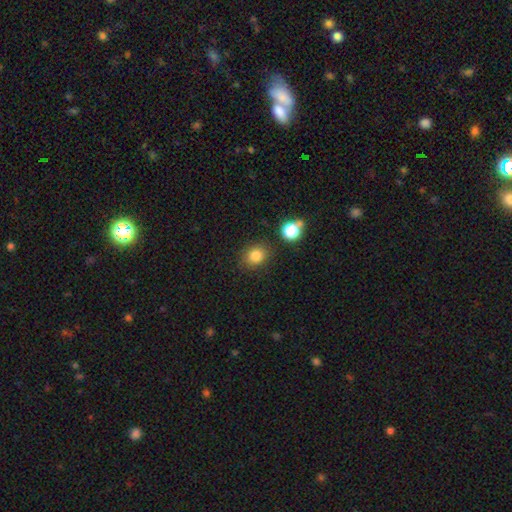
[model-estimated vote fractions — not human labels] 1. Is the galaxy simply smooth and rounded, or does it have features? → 83% smooth, 12% star or artifact, 5% featured or disk.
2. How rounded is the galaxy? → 68% round, 31% in between, 1% cigar-shaped.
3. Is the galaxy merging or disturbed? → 82% none, 10% minor disturbance, 4% merger, 3% major disturbance.